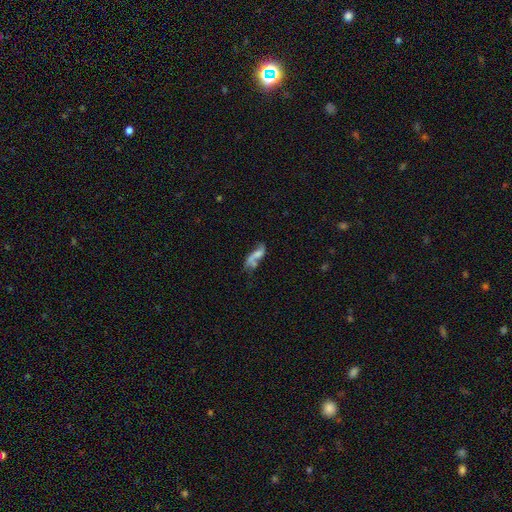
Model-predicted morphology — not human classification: featured or disk 57%, smooth 33%, star or artifact 10%. Down the decision tree: edge-on disk — no (90%); bar — no (62%); spiral arms — yes (70%); bulge size — none (45%); merging — none (33%).